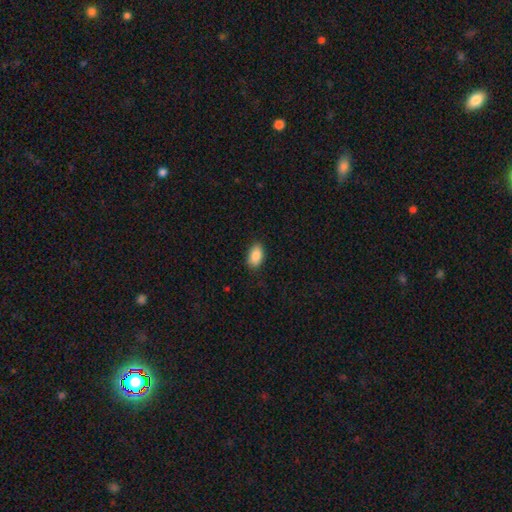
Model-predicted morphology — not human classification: A smooth galaxy with no disk features (88%) that is in between round and cigar-shaped (92%).

Vote fractions:
- Smooth or featured? smooth: 88% / star or artifact: 7% / featured or disk: 5%
- How rounded? in between: 92% / round: 6% / cigar-shaped: 2%
- Merging? none: 87% / minor disturbance: 10% / major disturbance: 2% / merger: 1%